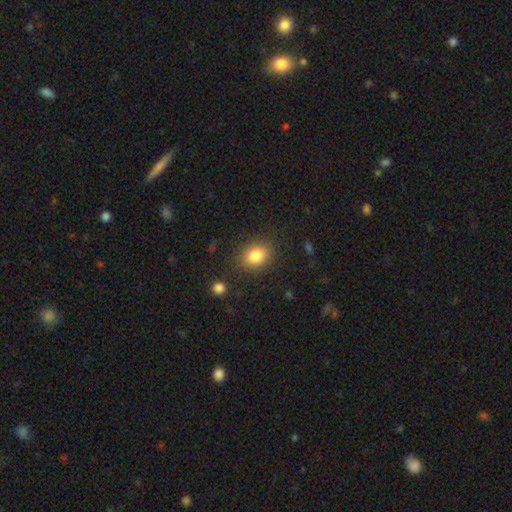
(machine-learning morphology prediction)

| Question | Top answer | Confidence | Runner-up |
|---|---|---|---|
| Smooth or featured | smooth | 82% | star or artifact (10%) |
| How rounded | in between | 55% | round (43%) |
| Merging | none | 83% | minor disturbance (12%) |